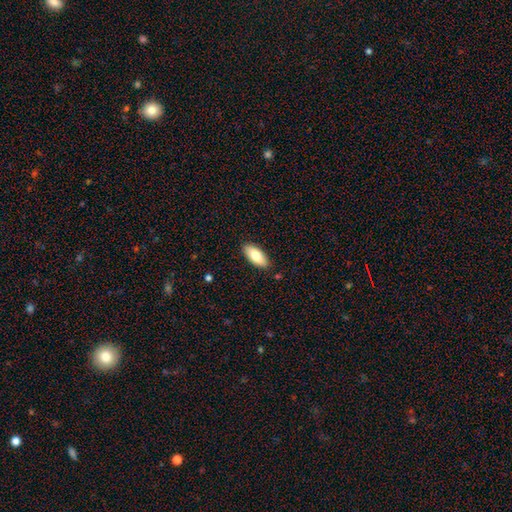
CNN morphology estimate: Q: Smooth or featured?
A: smooth (79%); runner-up: featured or disk (15%)
Q: How rounded?
A: in between (88%); runner-up: cigar-shaped (10%)
Q: Merging?
A: none (88%); runner-up: minor disturbance (9%)